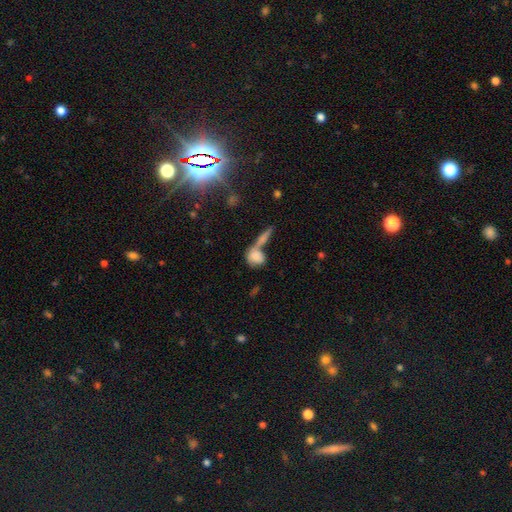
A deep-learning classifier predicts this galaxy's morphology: Overall: smooth (76%). How rounded: in between (48%; round 43%). Merging: merger (51%; none 32%).